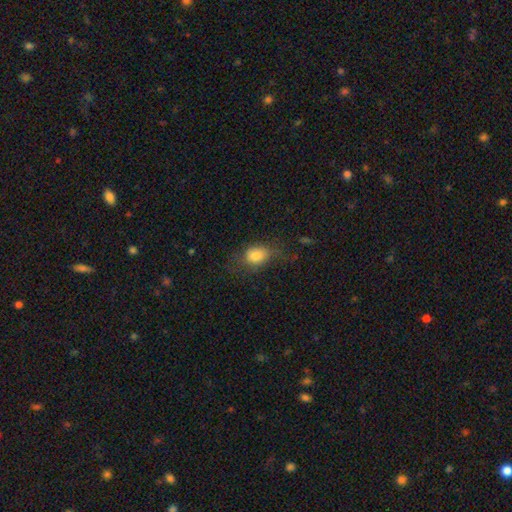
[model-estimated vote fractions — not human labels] Morphology: type=smooth (80%); roundness=in between (71%); merging=none (51%).